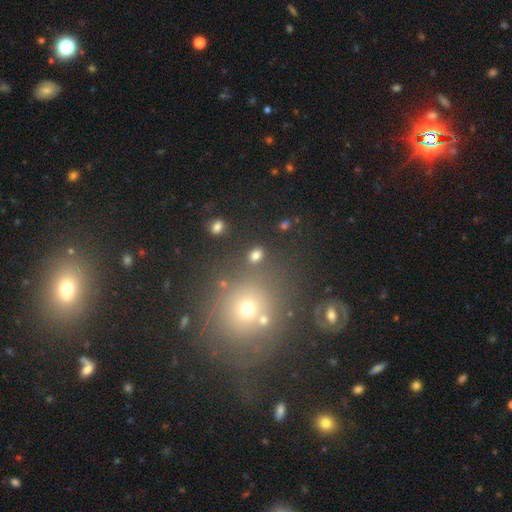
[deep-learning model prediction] Smooth or featured? Predicted: smooth (p=0.76). How rounded? Predicted: in between (p=0.63). Merging? Predicted: none (p=0.80).